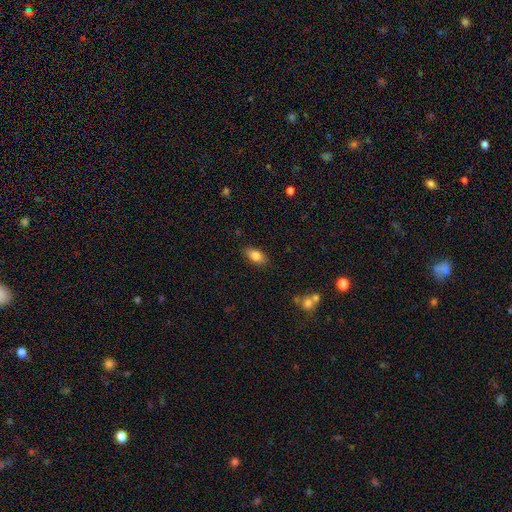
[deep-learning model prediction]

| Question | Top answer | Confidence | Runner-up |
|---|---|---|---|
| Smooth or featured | smooth | 82% | featured or disk (11%) |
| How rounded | in between | 87% | cigar-shaped (9%) |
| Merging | none | 86% | minor disturbance (10%) |